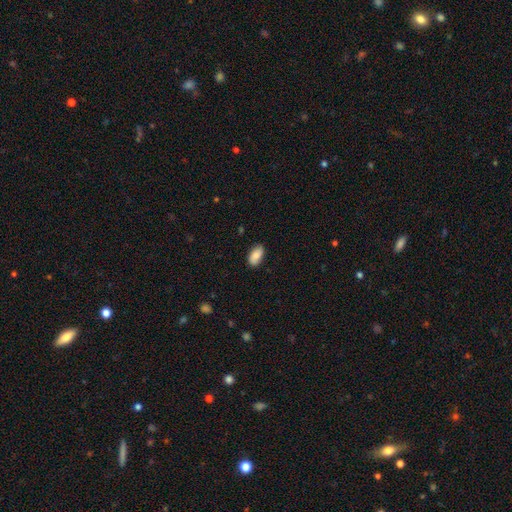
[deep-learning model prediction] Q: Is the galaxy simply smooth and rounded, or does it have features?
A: smooth — 84%.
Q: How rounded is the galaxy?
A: in between — 94%.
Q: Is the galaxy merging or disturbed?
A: none — 84%.